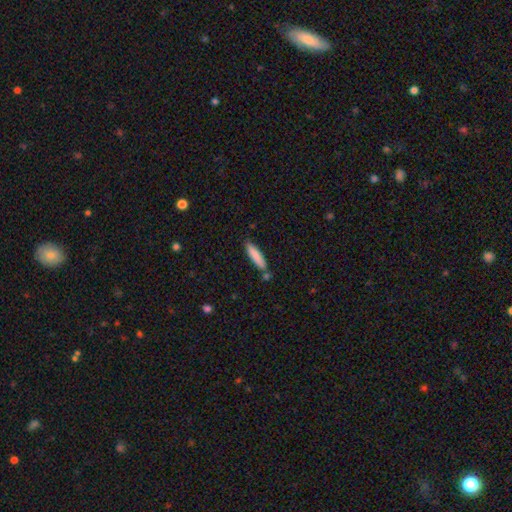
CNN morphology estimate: Smooth or featured?
  - smooth: 84% *
  - featured or disk: 10%
  - star or artifact: 6%
How rounded?
  - cigar-shaped: 80% *
  - in between: 19%
  - round: 1%
Merging?
  - none: 77% *
  - minor disturbance: 13%
  - merger: 7%
  - major disturbance: 3%